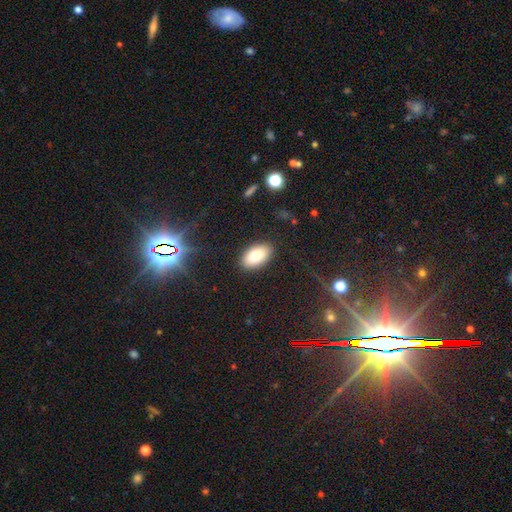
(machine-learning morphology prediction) smooth-or-featured: smooth: 83% | featured or disk: 9% | star or artifact: 8%
  how-rounded: in between: 94% | round: 4% | cigar-shaped: 2%
  merging: none: 87% | minor disturbance: 9% | major disturbance: 3% | merger: 1%